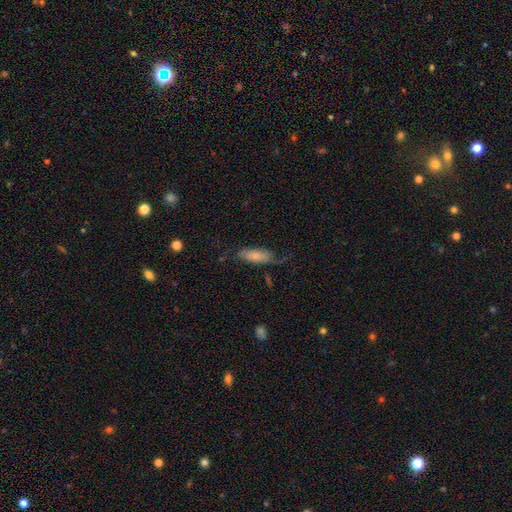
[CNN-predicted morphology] A smooth galaxy with no disk features (66%) that is in between round and cigar-shaped (72%).

Vote fractions:
- Smooth or featured? smooth: 66% / featured or disk: 28% / star or artifact: 6%
- How rounded? in between: 72% / cigar-shaped: 26% / round: 2%
- Merging? none: 51% / minor disturbance: 30% / major disturbance: 16% / merger: 2%